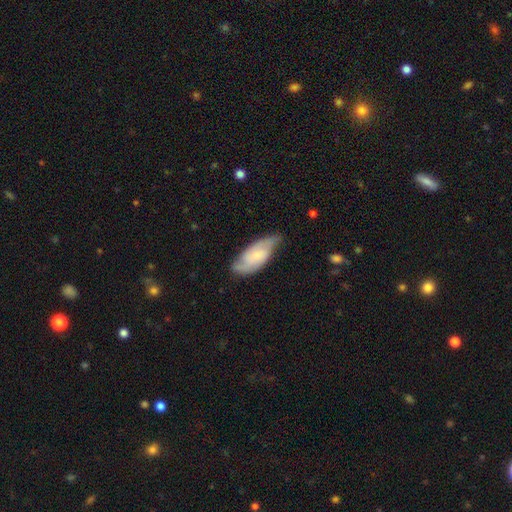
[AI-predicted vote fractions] smooth-or-featured: featured or disk: 56% | smooth: 38% | star or artifact: 6%
  disk-edge-on: no: 90% | yes: 10%
  merging: none: 63% | minor disturbance: 28% | major disturbance: 7% | merger: 2%